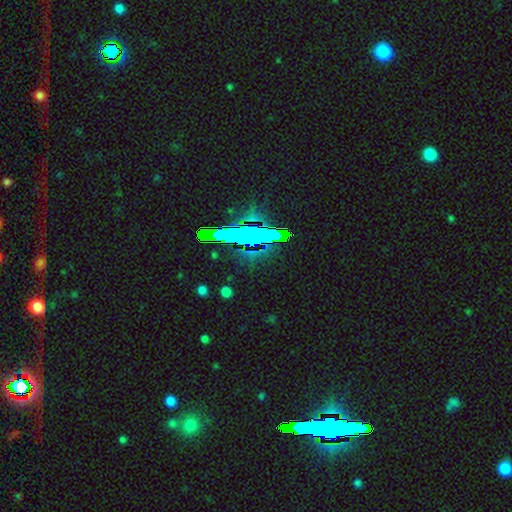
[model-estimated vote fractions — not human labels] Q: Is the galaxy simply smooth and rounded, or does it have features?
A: star or artifact — 69%.